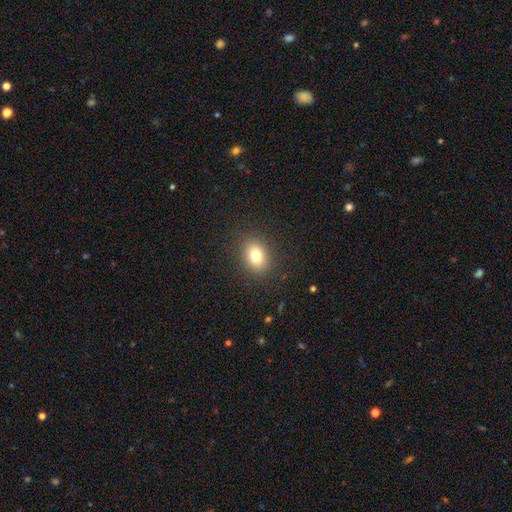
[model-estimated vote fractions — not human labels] A smooth galaxy with no disk features (79%) that is in between round and cigar-shaped (61%).

Vote fractions:
- Smooth or featured? smooth: 79% / star or artifact: 12% / featured or disk: 9%
- How rounded? in between: 61% / round: 38% / cigar-shaped: 1%
- Merging? none: 87% / minor disturbance: 8% / major disturbance: 3% / merger: 1%